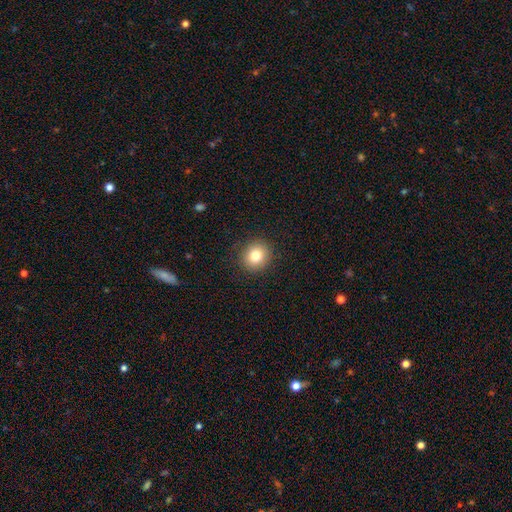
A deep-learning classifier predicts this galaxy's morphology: This is clearly a smooth galaxy (82%). How rounded: clearly round (84%). Merging: clearly none (90%).